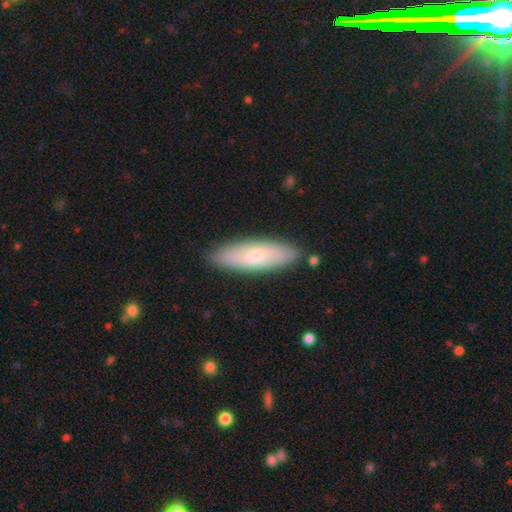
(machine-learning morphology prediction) smooth_or_featured: smooth (p=0.67) [alt: featured or disk p=0.27]
how_rounded: cigar-shaped (p=0.57) [alt: in between p=0.41]
merging: none (p=0.86) [alt: minor disturbance p=0.10]